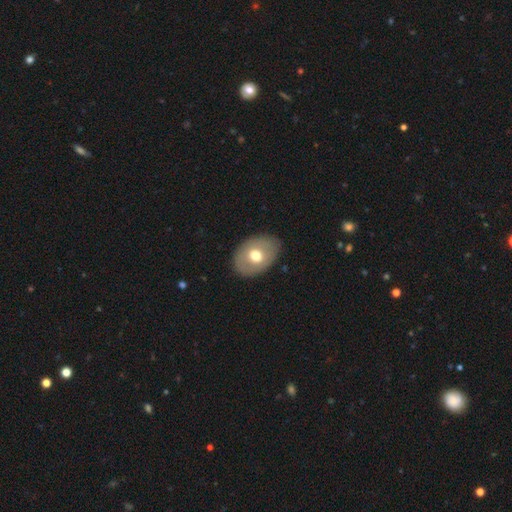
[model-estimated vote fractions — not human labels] Q: Smooth or featured?
A: smooth (63%); runner-up: featured or disk (30%)
Q: How rounded?
A: in between (75%); runner-up: round (24%)
Q: Merging?
A: none (84%); runner-up: minor disturbance (12%)